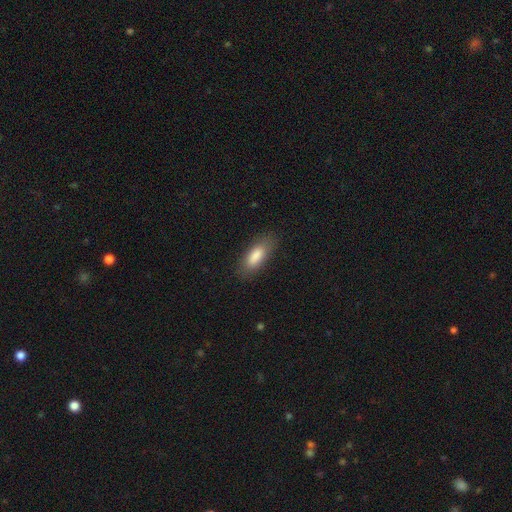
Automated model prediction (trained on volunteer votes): This is clearly a smooth galaxy (82%). How rounded: likely in between (68%). Merging: clearly none (82%).